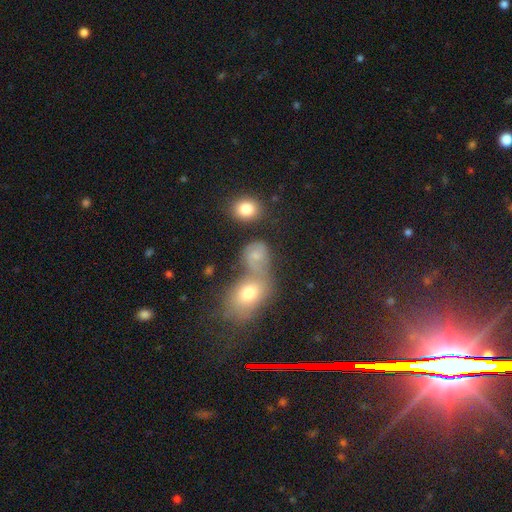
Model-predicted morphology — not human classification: This appears to be a smooth galaxy with no disk features (56%) that is round (51%). Merging: none (38%, tied with merger).